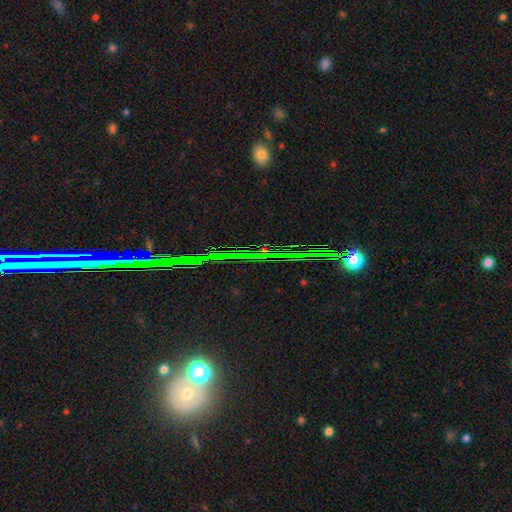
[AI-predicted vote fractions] Morphology: type=star or artifact (75%).